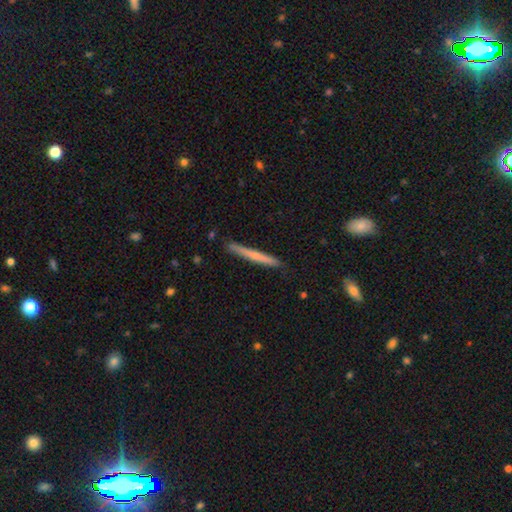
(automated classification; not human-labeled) This is possibly a smooth galaxy (51%). How rounded: clearly cigar-shaped (97%). Merging: clearly none (89%).